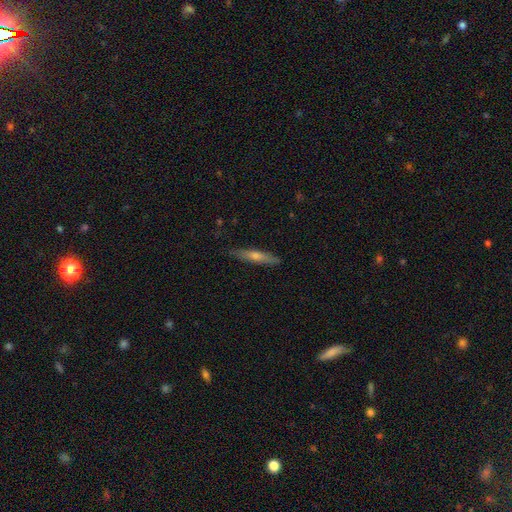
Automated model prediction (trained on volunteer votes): smooth_or_featured: featured or disk (p=0.47) [tied with: smooth p=0.47]
merging: none (p=0.88) [alt: minor disturbance p=0.09]